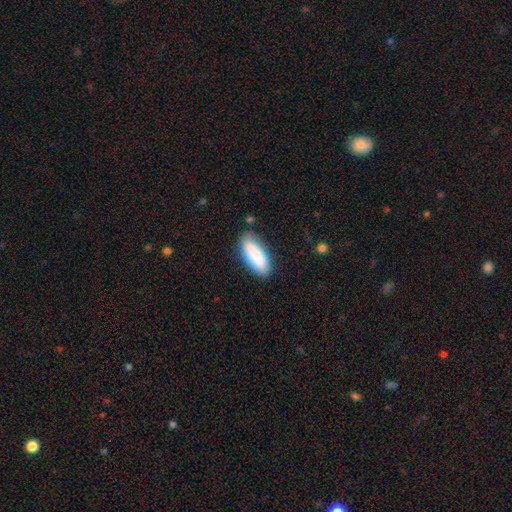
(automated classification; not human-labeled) smooth_or_featured: smooth (p=0.86) [alt: featured or disk p=0.08]
how_rounded: in between (p=0.77) [alt: cigar-shaped p=0.22]
merging: none (p=0.80) [alt: minor disturbance p=0.14]